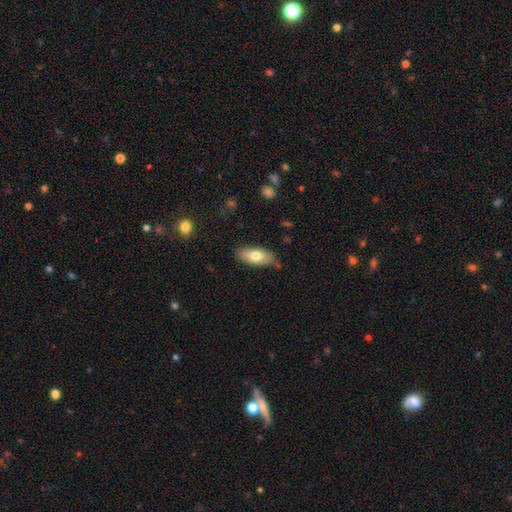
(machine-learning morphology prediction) type=smooth (75%); roundness=in between (85%); merging=none (81%).